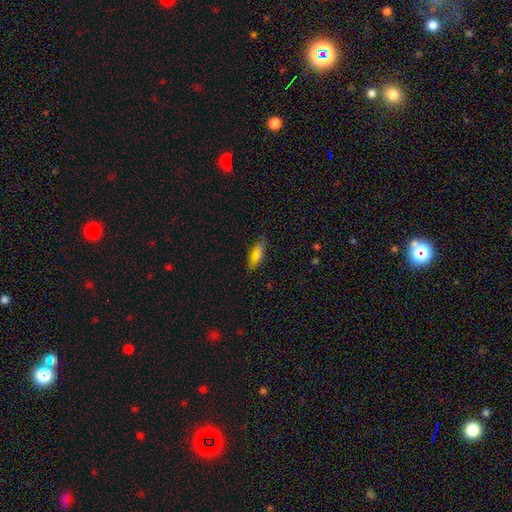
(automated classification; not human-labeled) This appears to be a smooth galaxy with no disk features (67%) that is in between round and cigar-shaped (78%). Merging: none (83%).